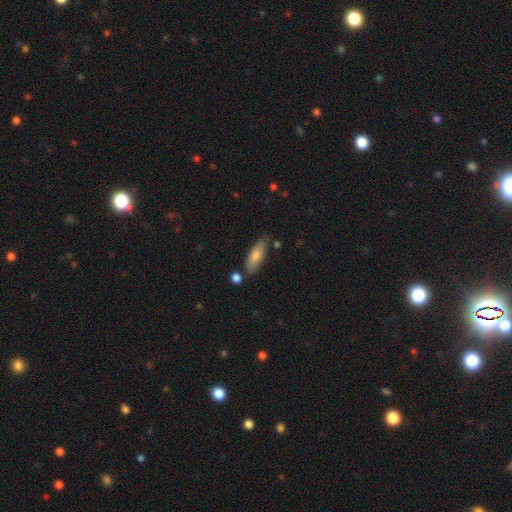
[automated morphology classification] smooth_or_featured: smooth (p=0.77) [alt: featured or disk p=0.17]
how_rounded: in between (p=0.63) [alt: cigar-shaped p=0.35]
merging: none (p=0.74) [alt: minor disturbance p=0.17]